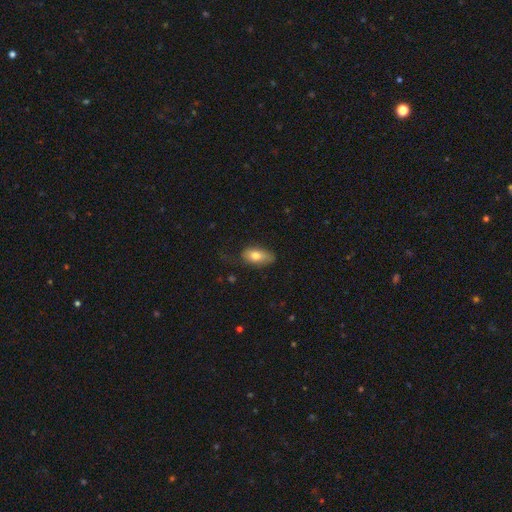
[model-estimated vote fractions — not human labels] This is likely a smooth galaxy (76%). How rounded: clearly in between (90%). Merging: likely none (61%).